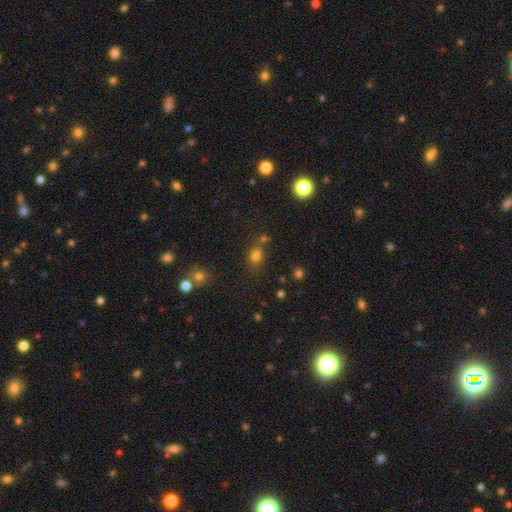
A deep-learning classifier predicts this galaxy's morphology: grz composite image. It shows a smooth galaxy with no disk features (74%) that is round (54%). Merging: none (63%).